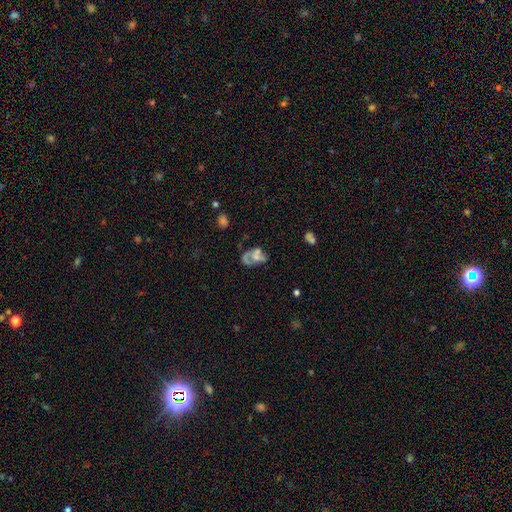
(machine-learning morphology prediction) type=featured or disk (52%); edge-on=no (97%); bar=no (84%); spiral arms=no (70%); bulge=none (37%); merging=major disturbance (31%).